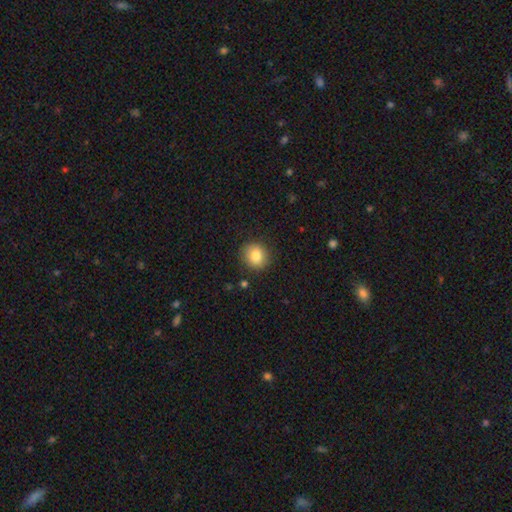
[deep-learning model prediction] Smooth or featured? Predicted: smooth (p=0.84). How rounded? Predicted: round (p=0.83). Merging? Predicted: none (p=0.88).